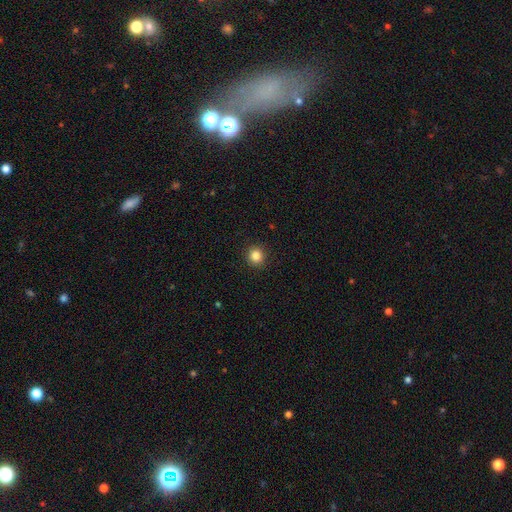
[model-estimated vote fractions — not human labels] This is clearly a smooth galaxy (84%). How rounded: clearly round (94%). Merging: clearly none (92%).